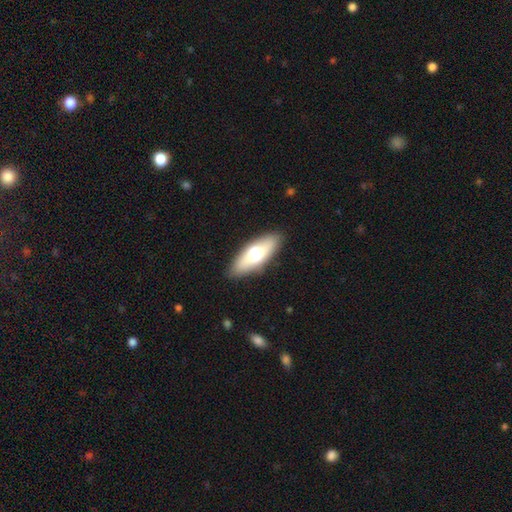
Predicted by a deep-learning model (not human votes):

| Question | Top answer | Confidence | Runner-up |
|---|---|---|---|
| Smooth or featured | smooth | 60% | featured or disk (33%) |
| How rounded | in between | 68% | cigar-shaped (29%) |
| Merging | none | 87% | minor disturbance (9%) |